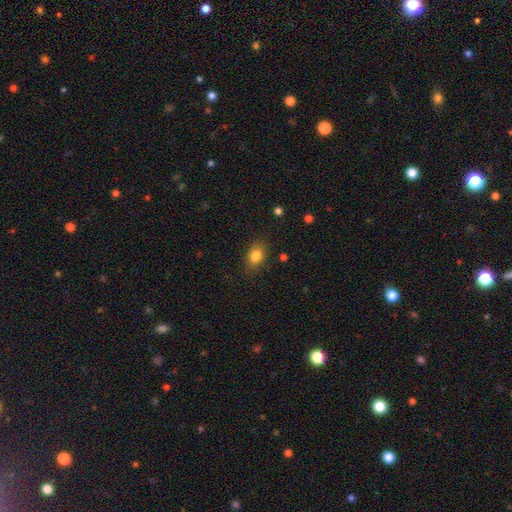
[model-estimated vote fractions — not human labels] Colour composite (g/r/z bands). It shows a smooth galaxy with no disk features (82%) that is in between round and cigar-shaped (70%). Merging: none (81%).